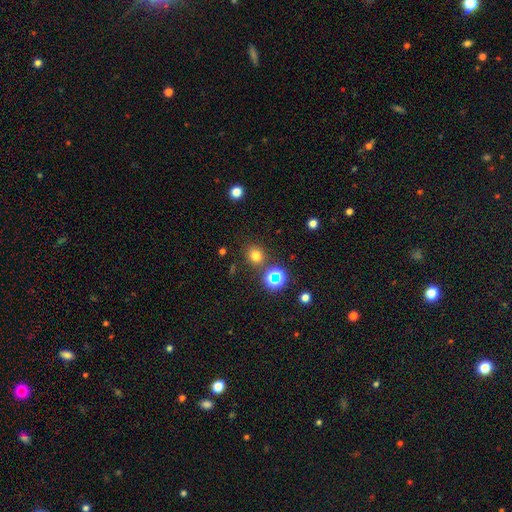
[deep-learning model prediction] Q: Smooth or featured?
A: smooth (71%); runner-up: star or artifact (22%)
Q: How rounded?
A: round (87%); runner-up: in between (12%)
Q: Merging?
A: none (83%); runner-up: minor disturbance (8%)